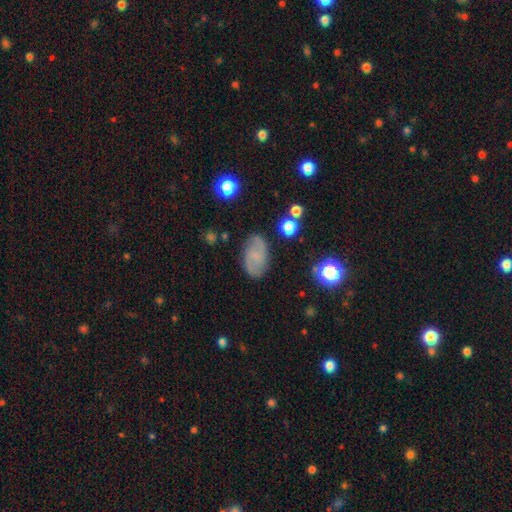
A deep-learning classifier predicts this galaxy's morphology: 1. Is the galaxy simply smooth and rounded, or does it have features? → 54% featured or disk, 36% smooth, 10% star or artifact.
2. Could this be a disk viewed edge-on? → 96% no, 4% yes.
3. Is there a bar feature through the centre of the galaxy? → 50% no, 41% weak, 9% strong.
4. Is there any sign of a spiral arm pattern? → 88% yes, 12% no.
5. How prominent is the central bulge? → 45% none, 38% small, 13% moderate, 2% large, 1% dominant.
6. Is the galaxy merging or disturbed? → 81% none, 13% minor disturbance, 4% major disturbance, 2% merger.